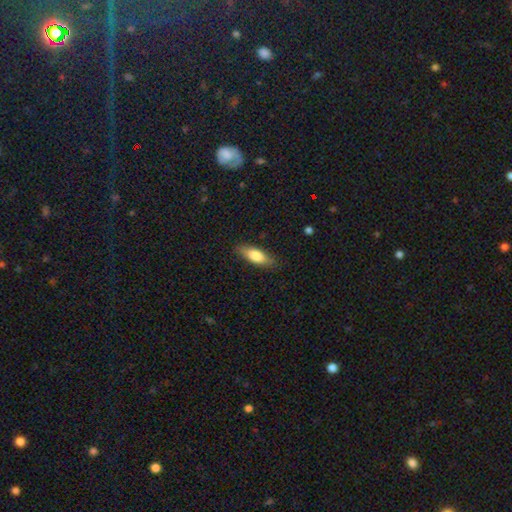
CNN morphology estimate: A smooth galaxy with no disk features (76%) that is in between round and cigar-shaped (64%).

Vote fractions:
- Smooth or featured? smooth: 76% / featured or disk: 18% / star or artifact: 6%
- How rounded? in between: 64% / cigar-shaped: 33% / round: 2%
- Merging? none: 83% / minor disturbance: 13% / major disturbance: 3% / merger: 1%